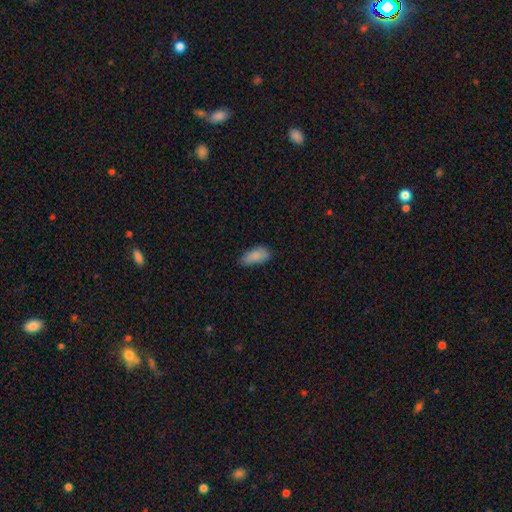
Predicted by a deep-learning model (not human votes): The model was most divided on "merging": none: 66%, minor disturbance: 27%, major disturbance: 5%, merger: 2%. More confident: how rounded — in between (88%); smooth or featured — smooth (86%).